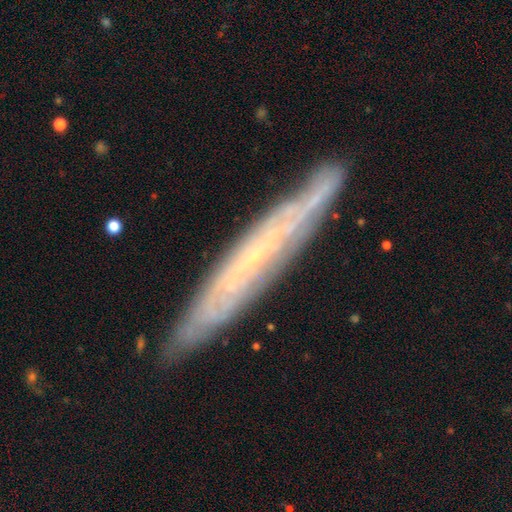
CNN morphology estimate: Smooth or featured?
  - featured or disk: 72% *
  - smooth: 20%
  - star or artifact: 8%
Edge-on disk?
  - yes: 67% *
  - no: 33%
Merging?
  - none: 84% *
  - minor disturbance: 12%
  - major disturbance: 2%
  - merger: 2%